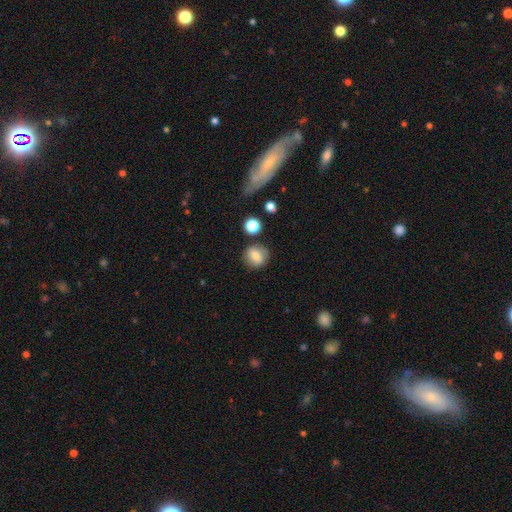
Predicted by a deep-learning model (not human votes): The model was most divided on "smooth or featured": smooth: 75%, featured or disk: 15%, star or artifact: 10%. More confident: how rounded — round (81%); merging — none (81%).